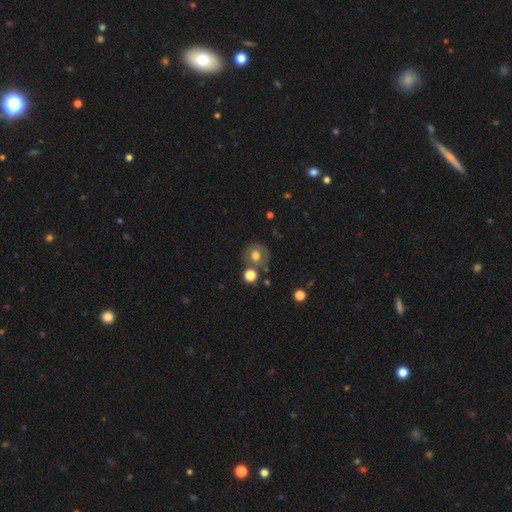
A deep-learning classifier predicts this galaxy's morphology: type=smooth (60%); roundness=round (83%); merging=none (60%).